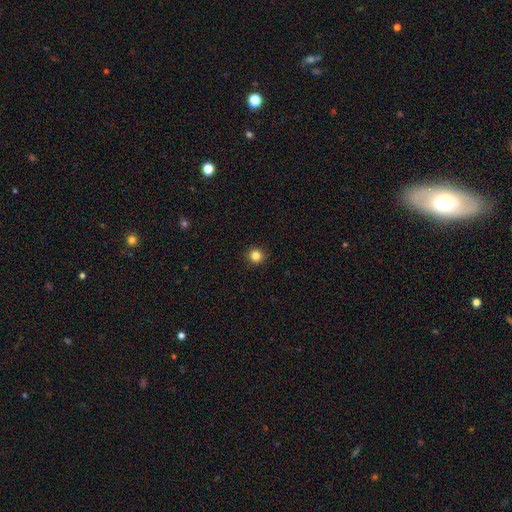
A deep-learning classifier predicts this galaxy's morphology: type=smooth (84%); roundness=round (93%); merging=none (93%).